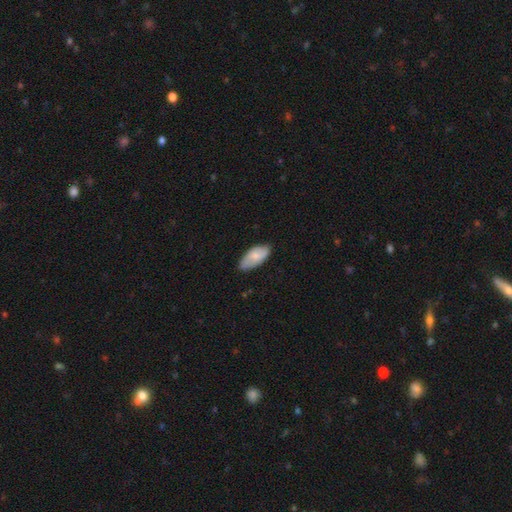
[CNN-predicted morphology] Smooth or featured: smooth — 70% (featured or disk — 24%)
How rounded: in between — 92% (cigar-shaped — 6%)
Merging: none — 74% (minor disturbance — 21%)